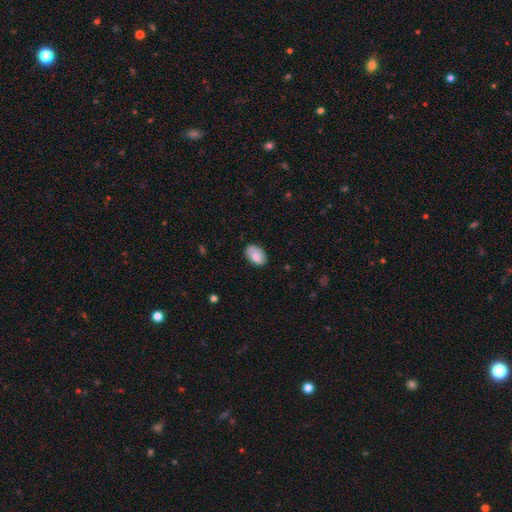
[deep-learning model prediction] A smooth galaxy with no disk features (81%) that is in between round and cigar-shaped (93%).

Vote fractions:
- Smooth or featured? smooth: 81% / featured or disk: 12% / star or artifact: 7%
- How rounded? in between: 93% / round: 6% / cigar-shaped: 1%
- Merging? none: 74% / minor disturbance: 20% / major disturbance: 4% / merger: 1%